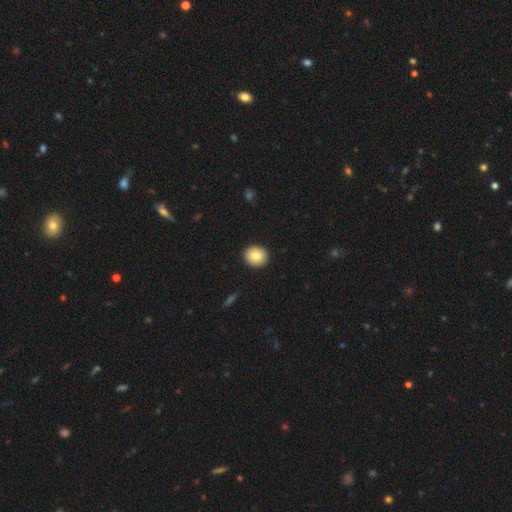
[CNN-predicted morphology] This is clearly a smooth galaxy (81%). How rounded: clearly round (81%). Merging: clearly none (92%).